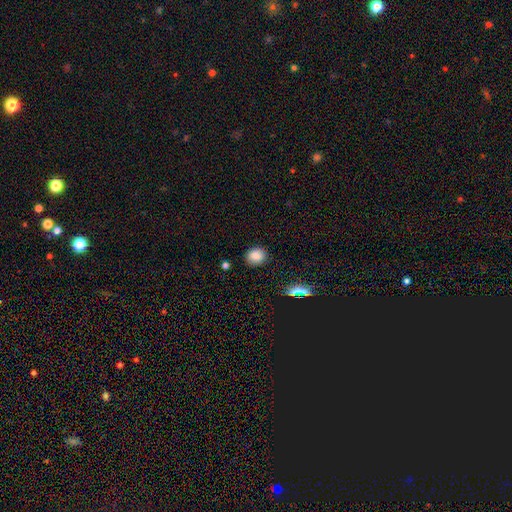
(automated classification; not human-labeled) This is clearly a smooth galaxy (84%). How rounded: likely round (64%). Merging: clearly none (86%).